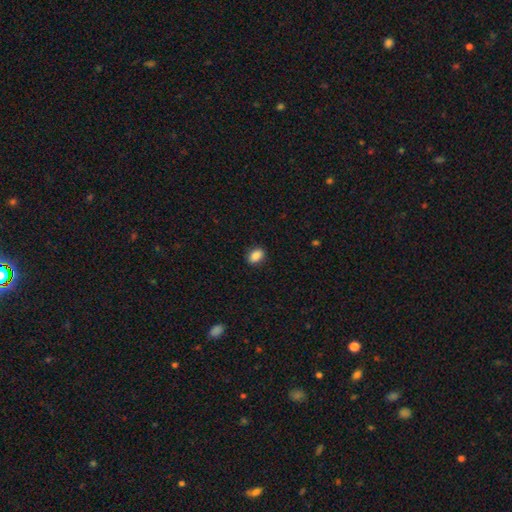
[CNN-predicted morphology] Smooth or featured: smooth — 87% (star or artifact — 8%)
How rounded: in between — 79% (round — 20%)
Merging: none — 89% (minor disturbance — 8%)